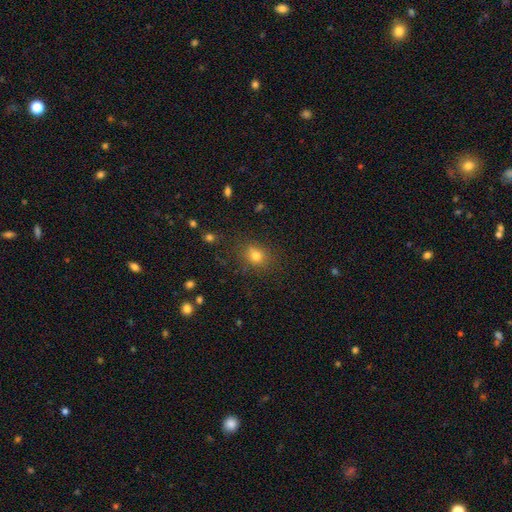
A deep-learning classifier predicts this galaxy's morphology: Overall: smooth (77%). How rounded: round (59%; in between 40%). Merging: none (79%).